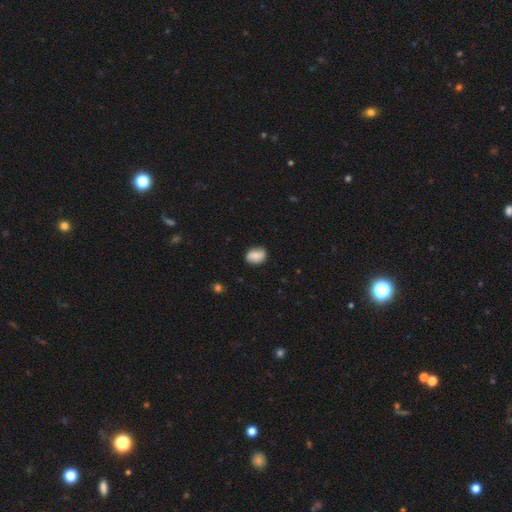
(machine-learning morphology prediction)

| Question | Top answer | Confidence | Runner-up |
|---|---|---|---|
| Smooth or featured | smooth | 70% | featured or disk (22%) |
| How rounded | in between | 63% | round (35%) |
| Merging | none | 80% | minor disturbance (16%) |